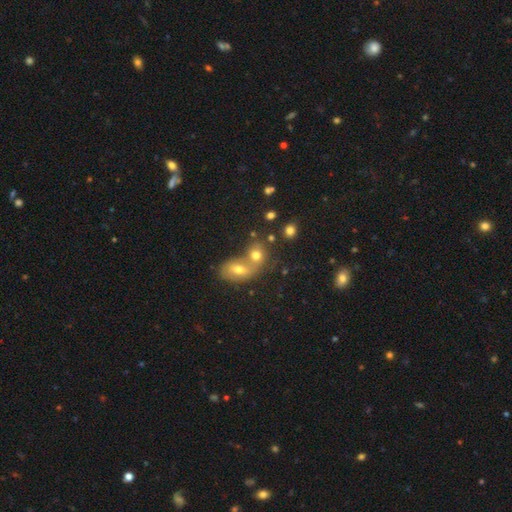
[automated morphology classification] smooth-or-featured: smooth: 64% | featured or disk: 20% | star or artifact: 16%
  how-rounded: round: 49% (tied) | in between: 49% (tied) | cigar-shaped: 2%
  merging: merger: 60% | none: 31% | minor disturbance: 7% | major disturbance: 3%